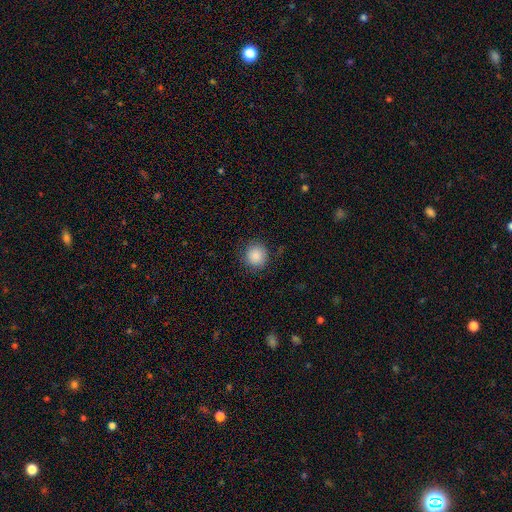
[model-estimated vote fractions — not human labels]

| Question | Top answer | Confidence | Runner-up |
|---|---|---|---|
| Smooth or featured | smooth | 87% | star or artifact (9%) |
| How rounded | round | 93% | in between (6%) |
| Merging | none | 87% | minor disturbance (9%) |